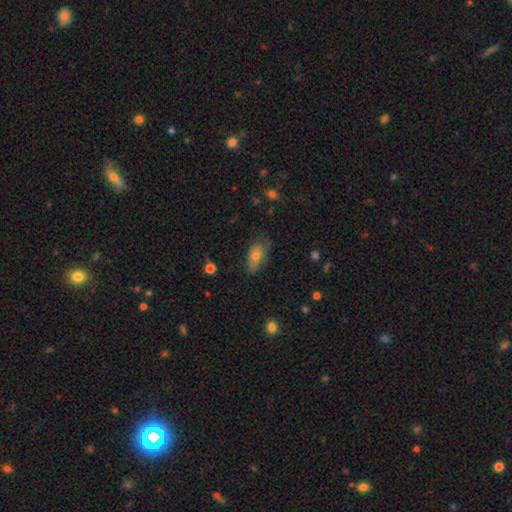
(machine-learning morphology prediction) type=smooth (57%); roundness=in between (85%); merging=none (59%).